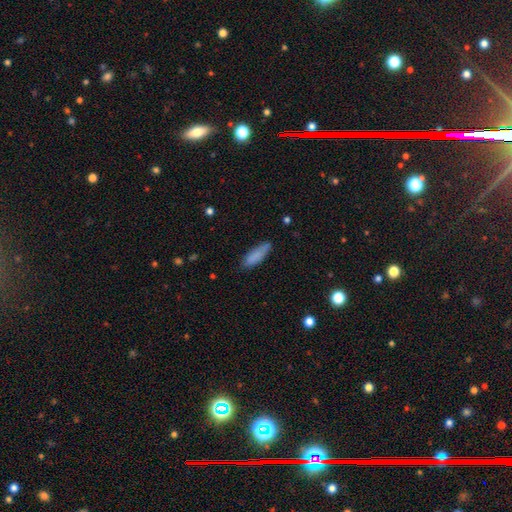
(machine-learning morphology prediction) Smooth or featured?
  - smooth: 85% *
  - featured or disk: 9%
  - star or artifact: 7%
How rounded?
  - in between: 50% *
  - cigar-shaped: 49%
  - round: 2%
Merging?
  - none: 76% *
  - minor disturbance: 19%
  - major disturbance: 3%
  - merger: 2%